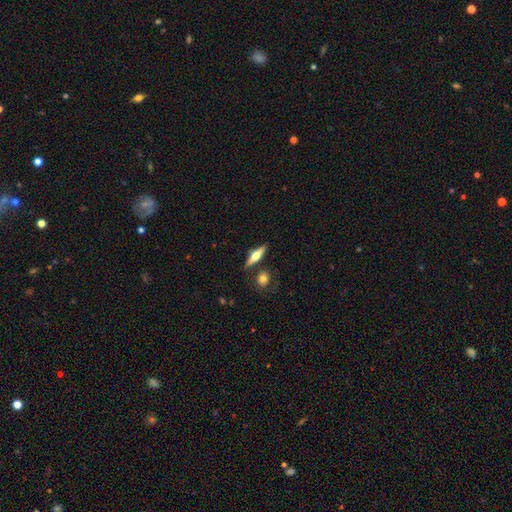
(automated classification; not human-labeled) smooth_or_featured: featured or disk (p=0.61) [alt: smooth p=0.33]
disk_edge_on: yes (p=0.96) [alt: no p=0.04]
edge_on_bulge: rounded (p=0.93) [alt: boxy p=0.05]
merging: none (p=0.81) [alt: minor disturbance p=0.10]